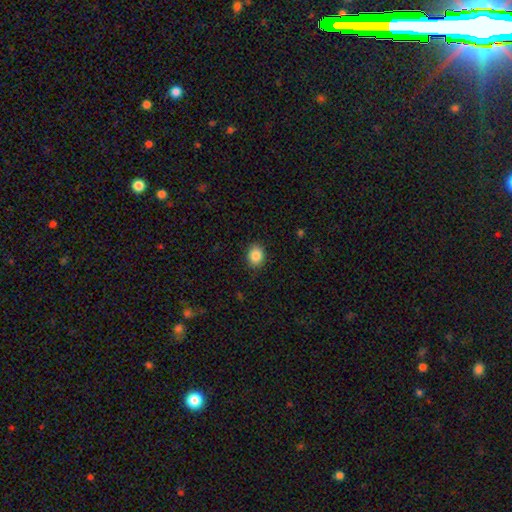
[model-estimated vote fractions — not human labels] smooth-or-featured: smooth: 87% | star or artifact: 9% | featured or disk: 4%
  how-rounded: round: 53% | in between: 46% | cigar-shaped: 1%
  merging: none: 87% | minor disturbance: 9% | major disturbance: 2% | merger: 1%